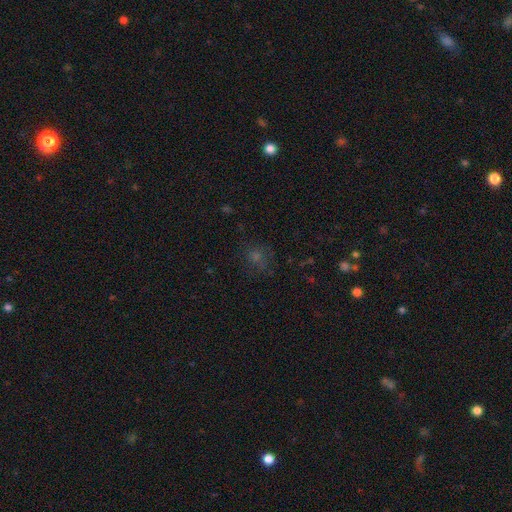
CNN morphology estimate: The model was most divided on "smooth or featured": smooth: 50%, star or artifact: 37%, featured or disk: 14%. More confident: merging — none (71%).